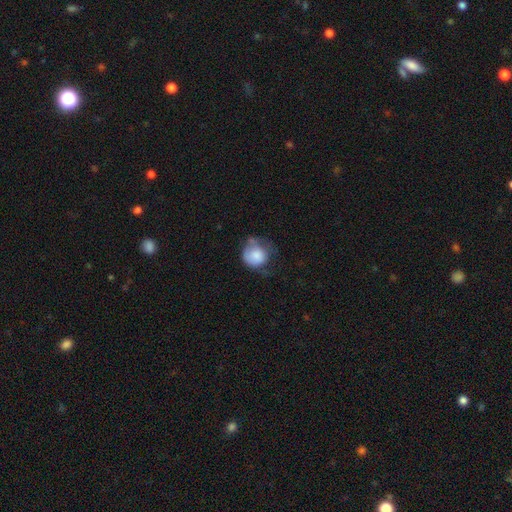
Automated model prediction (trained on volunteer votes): This appears to be a smooth galaxy with no disk features (76%) that is round (82%). Merging: none (35%, tied with minor disturbance).